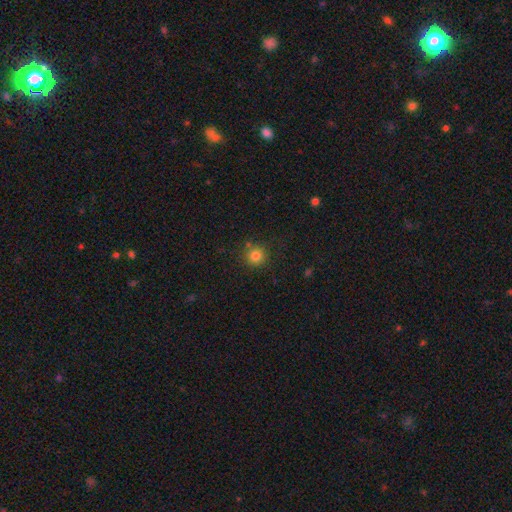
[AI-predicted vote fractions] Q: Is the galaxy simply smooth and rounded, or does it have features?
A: smooth — 81%.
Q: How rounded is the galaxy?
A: round — 93%.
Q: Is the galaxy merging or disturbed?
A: none — 83%.